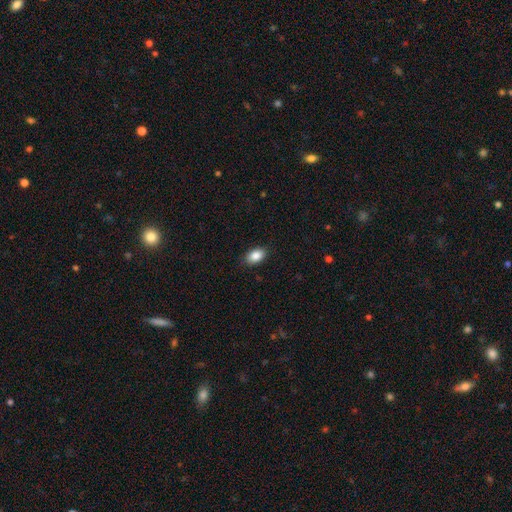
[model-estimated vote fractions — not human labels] Smooth or featured?
  - smooth: 87% *
  - star or artifact: 8%
  - featured or disk: 5%
How rounded?
  - in between: 90% *
  - round: 9%
  - cigar-shaped: 2%
Merging?
  - none: 87% *
  - minor disturbance: 10%
  - major disturbance: 2%
  - merger: 1%